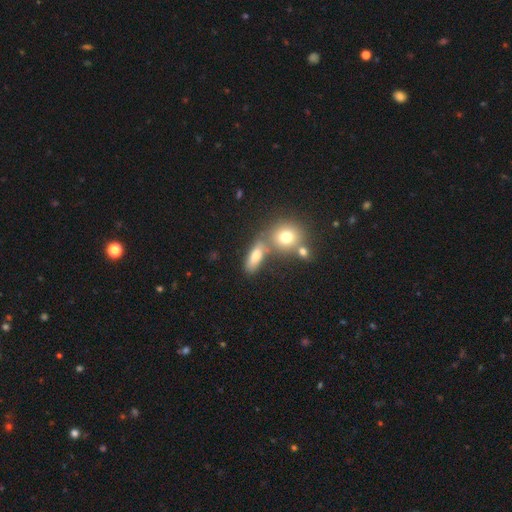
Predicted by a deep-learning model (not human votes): Smooth or featured: smooth — 72% (featured or disk — 16%)
How rounded: in between — 63% (round — 19%)
Merging: none — 51% (merger — 31%)